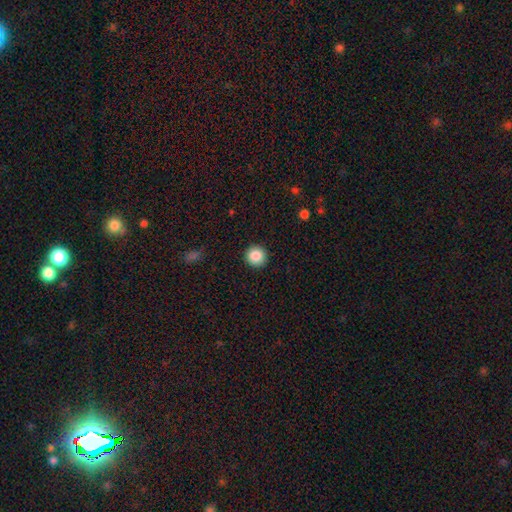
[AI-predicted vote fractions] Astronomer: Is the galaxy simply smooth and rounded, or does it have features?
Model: smooth — 87%.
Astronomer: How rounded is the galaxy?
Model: round — 95%.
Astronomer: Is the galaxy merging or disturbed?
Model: none — 92%.